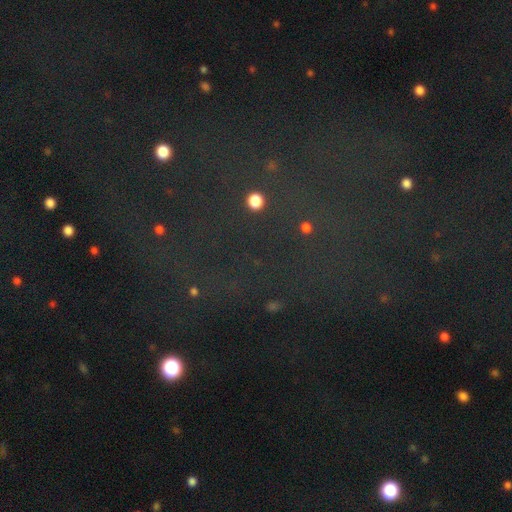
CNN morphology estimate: This is likely a star or artifact rather than a galaxy (72%).